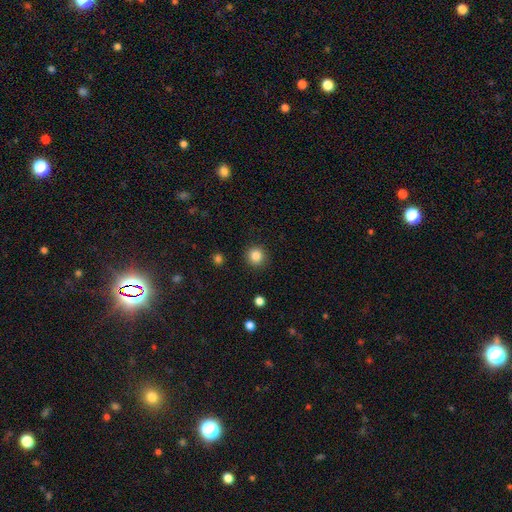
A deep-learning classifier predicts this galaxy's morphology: Smooth or featured: smooth — 85% (star or artifact — 11%)
How rounded: round — 94% (in between — 5%)
Merging: none — 91% (minor disturbance — 6%)